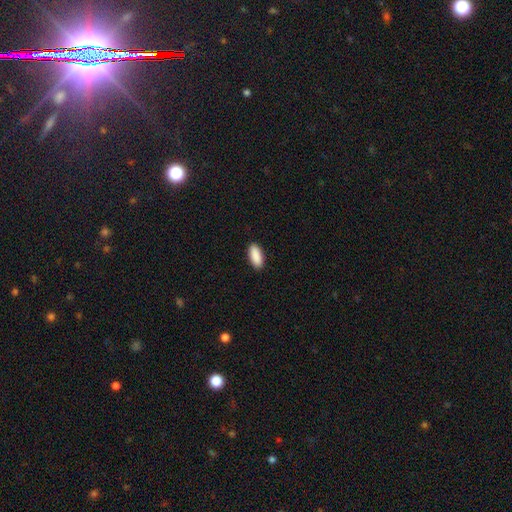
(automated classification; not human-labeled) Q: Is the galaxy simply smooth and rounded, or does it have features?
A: smooth — 91%.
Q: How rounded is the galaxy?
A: in between — 84%.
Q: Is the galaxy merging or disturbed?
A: none — 90%.